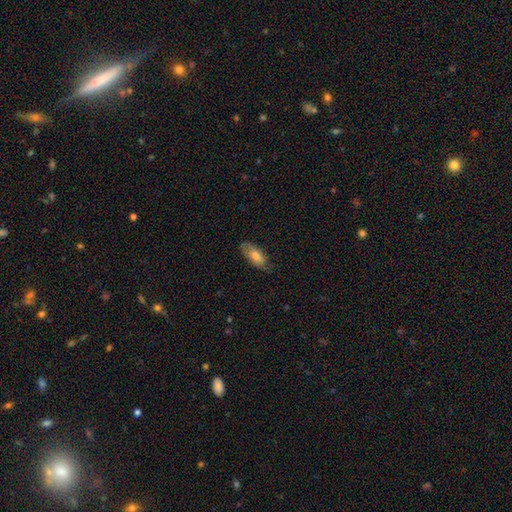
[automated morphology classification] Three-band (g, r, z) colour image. It shows a smooth galaxy with no disk features (64%) that is in between round and cigar-shaped (84%). Merging: none (72%).